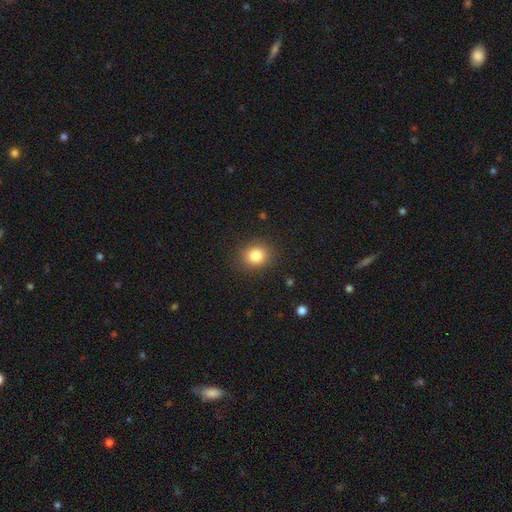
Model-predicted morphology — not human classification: This appears to be a smooth galaxy with no disk features (83%) that is round (76%). Merging: none (88%).